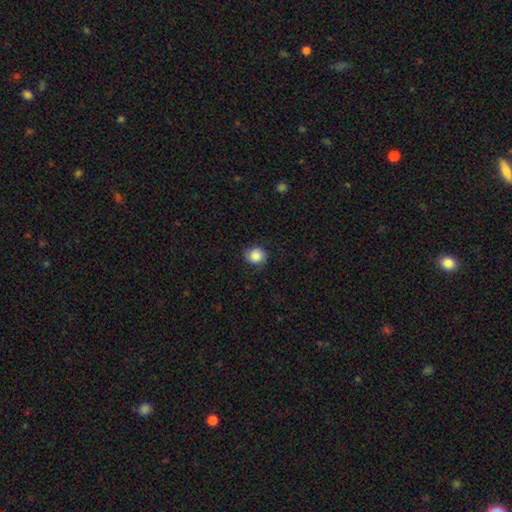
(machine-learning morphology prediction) This is clearly a smooth galaxy (83%). How rounded: clearly round (81%). Merging: clearly none (82%).